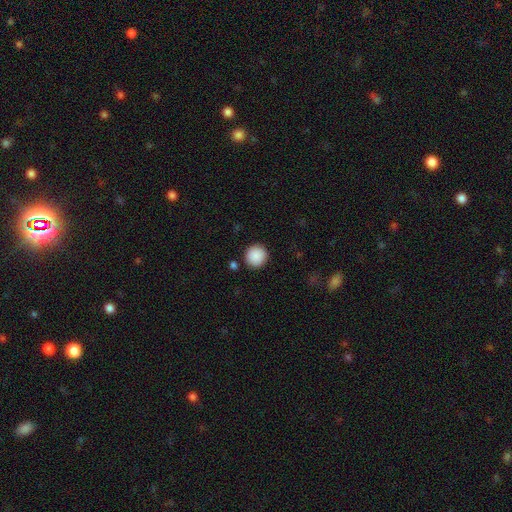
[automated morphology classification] Smooth or featured? Predicted: smooth (p=0.89). How rounded? Predicted: round (p=0.94). Merging? Predicted: none (p=0.90).